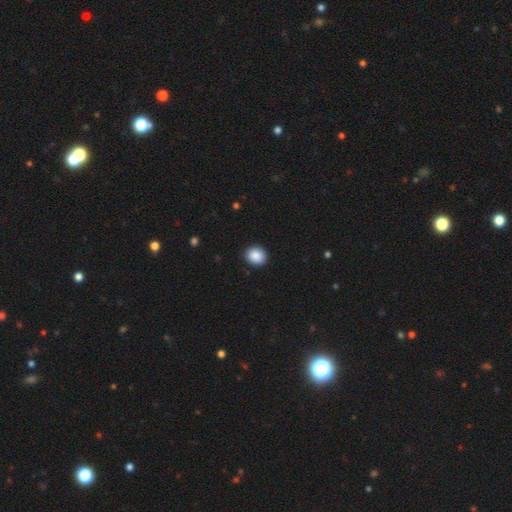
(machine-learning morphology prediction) smooth_or_featured: smooth (p=0.89) [alt: star or artifact p=0.08]
how_rounded: round (p=0.70) [alt: in between p=0.29]
merging: none (p=0.90) [alt: minor disturbance p=0.07]